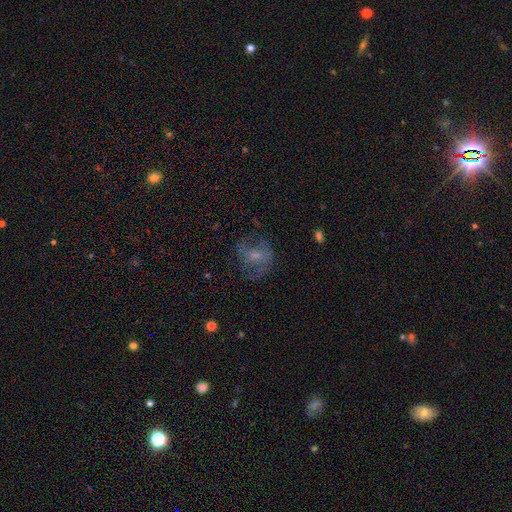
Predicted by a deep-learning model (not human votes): Smooth or featured?
  - featured or disk: 47% *
  - smooth: 41%
  - star or artifact: 12%
Merging?
  - none: 54% *
  - major disturbance: 24%
  - minor disturbance: 21%
  - merger: 2%